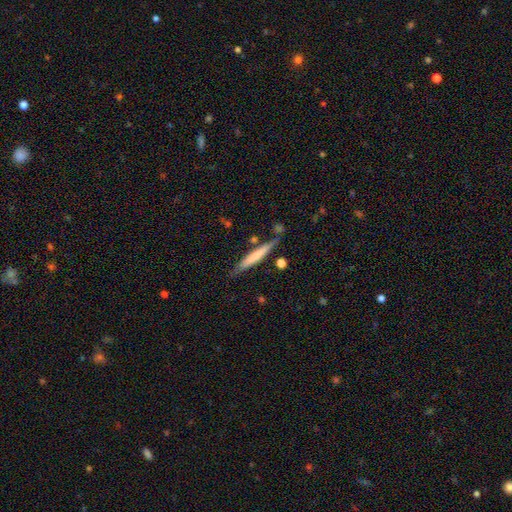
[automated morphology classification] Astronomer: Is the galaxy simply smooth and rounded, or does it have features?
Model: smooth — 58% (runner-up: featured or disk, 36%).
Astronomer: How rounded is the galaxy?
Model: cigar-shaped — 94%.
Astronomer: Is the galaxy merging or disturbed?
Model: none — 73%.